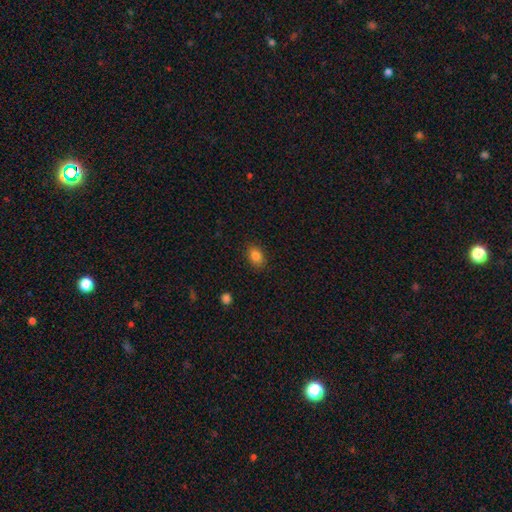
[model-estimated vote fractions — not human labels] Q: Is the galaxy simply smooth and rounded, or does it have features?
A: smooth — 85%.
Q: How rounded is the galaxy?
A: in between — 78%.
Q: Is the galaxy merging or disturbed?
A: none — 86%.